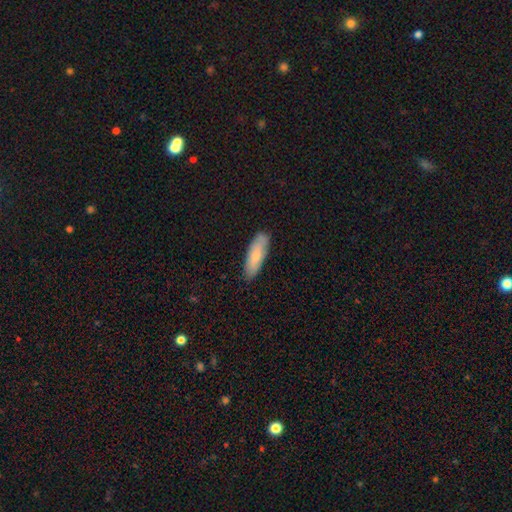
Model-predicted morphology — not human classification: This is likely a smooth galaxy (77%). How rounded: possibly in between (52%). Merging: clearly none (85%).